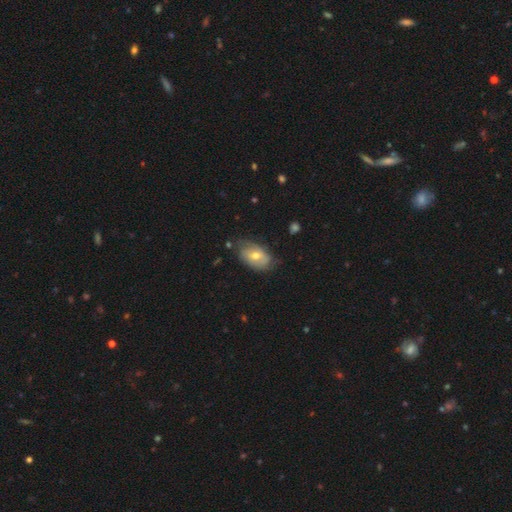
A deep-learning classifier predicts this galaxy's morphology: Smooth or featured?
  - featured or disk: 54% *
  - smooth: 39%
  - star or artifact: 8%
Edge-on disk?
  - no: 93% *
  - yes: 7%
Merging?
  - none: 62% *
  - minor disturbance: 28%
  - major disturbance: 8%
  - merger: 2%